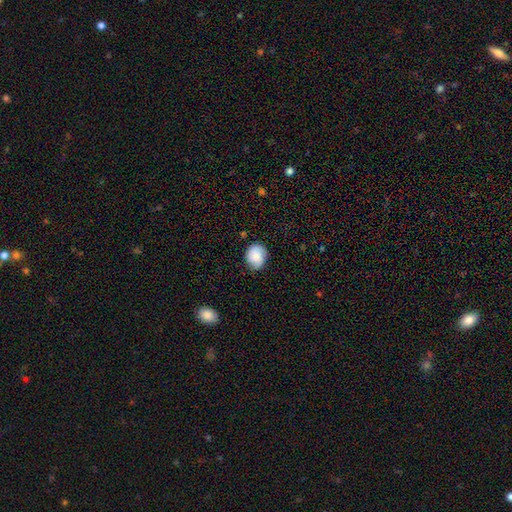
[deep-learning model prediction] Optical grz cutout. It shows a smooth galaxy with no disk features (75%) that is round (57%). Merging: none (75%).